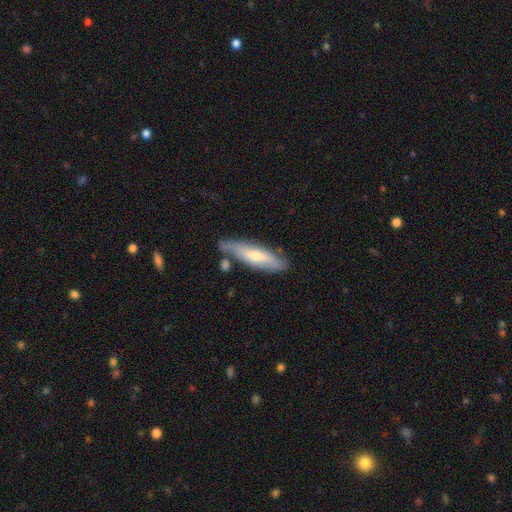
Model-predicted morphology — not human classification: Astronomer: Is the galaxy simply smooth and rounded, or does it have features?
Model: smooth — 51% (runner-up: featured or disk, 43%).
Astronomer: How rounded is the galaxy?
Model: cigar-shaped — 64%.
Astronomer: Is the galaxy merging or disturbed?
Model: none — 65%.